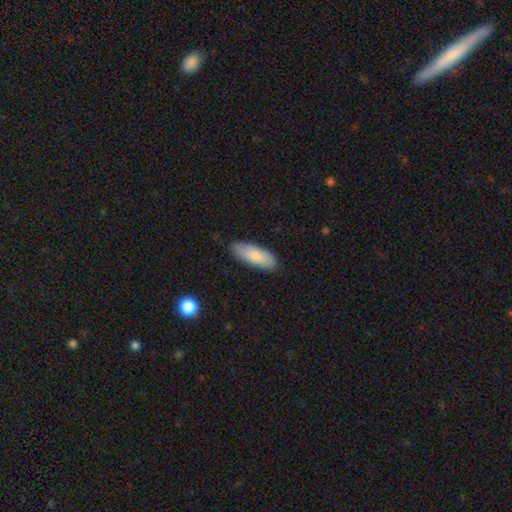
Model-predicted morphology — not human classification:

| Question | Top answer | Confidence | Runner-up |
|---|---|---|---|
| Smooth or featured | smooth | 82% | featured or disk (13%) |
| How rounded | in between | 71% | cigar-shaped (28%) |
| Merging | none | 84% | minor disturbance (12%) |